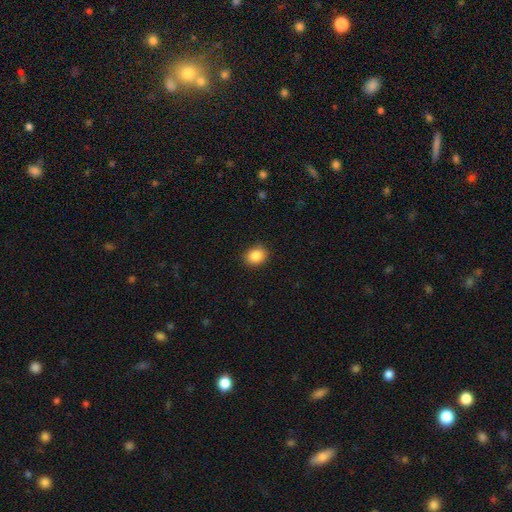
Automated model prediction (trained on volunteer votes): A smooth galaxy with no disk features (87%) that is round (56%). Merging: none (88%).